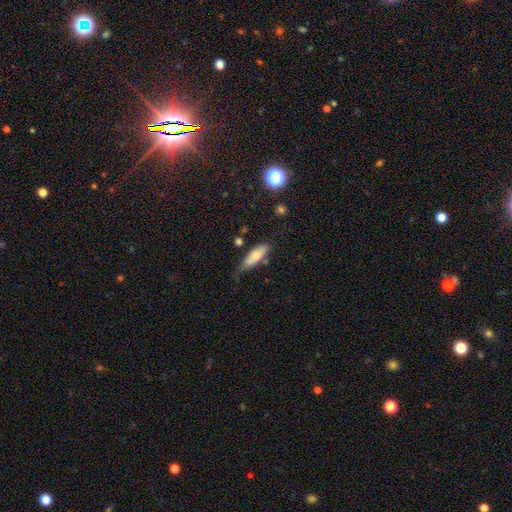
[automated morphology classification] Smooth or featured: smooth — 66% (featured or disk — 28%)
How rounded: in between — 57% (cigar-shaped — 41%)
Merging: none — 52% (minor disturbance — 33%)